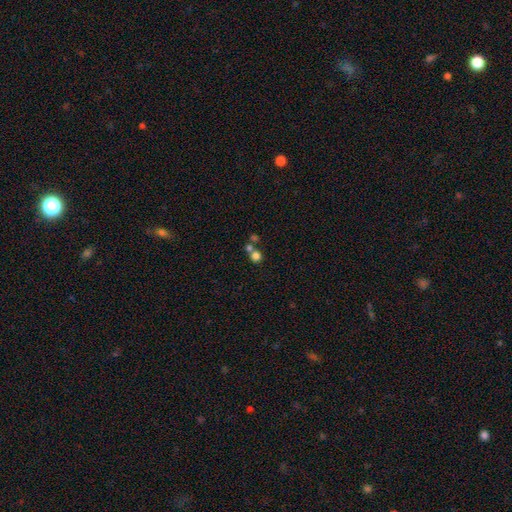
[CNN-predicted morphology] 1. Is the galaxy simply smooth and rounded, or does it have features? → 74% smooth, 16% star or artifact, 10% featured or disk.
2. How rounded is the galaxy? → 87% round, 11% in between, 1% cigar-shaped.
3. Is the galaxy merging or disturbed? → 51% none, 39% merger, 6% minor disturbance, 4% major disturbance.